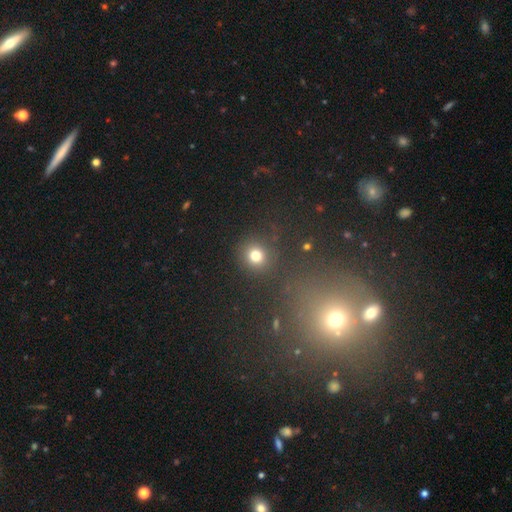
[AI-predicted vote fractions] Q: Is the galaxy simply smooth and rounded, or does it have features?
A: smooth — 76%.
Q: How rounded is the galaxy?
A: round — 89%.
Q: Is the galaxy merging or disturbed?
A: none — 86%.